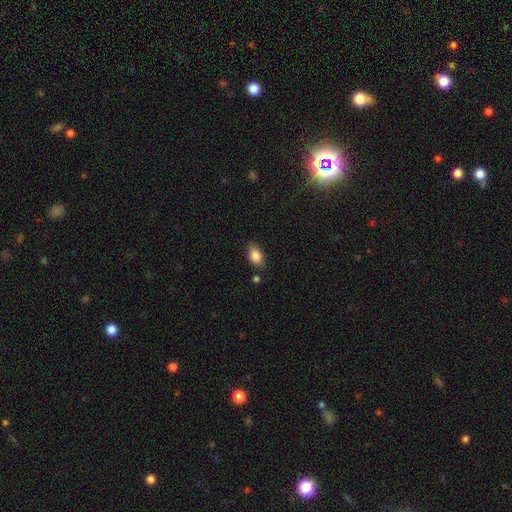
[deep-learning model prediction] Overall: smooth (84%). How rounded: in between (87%). Merging: none (80%).